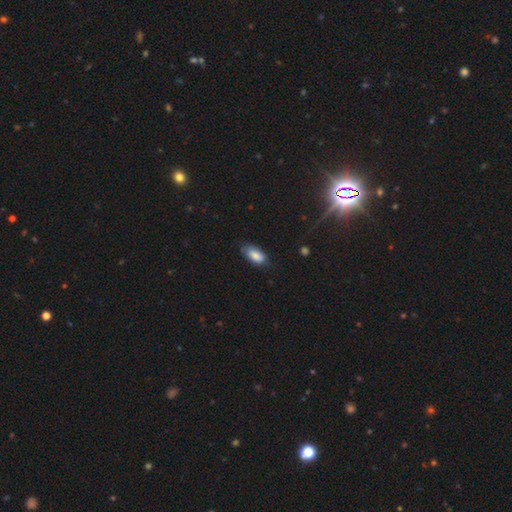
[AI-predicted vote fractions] This appears to be a smooth galaxy with no disk features (83%) that is in between round and cigar-shaped (91%). Merging: none (67%).